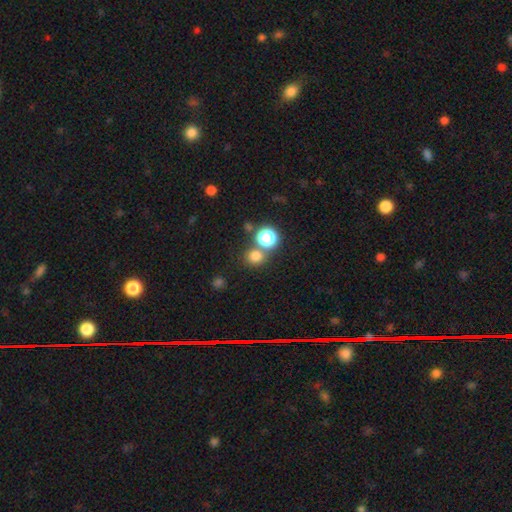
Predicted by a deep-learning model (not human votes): Morphology: type=smooth (73%); roundness=round (86%); merging=none (71%).